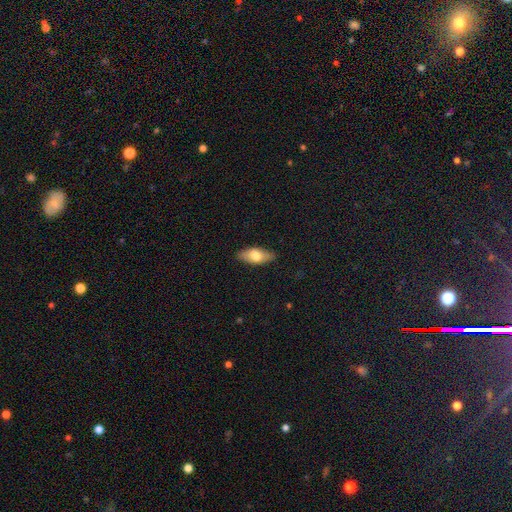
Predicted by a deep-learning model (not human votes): Q: Smooth or featured?
A: smooth (68%); runner-up: featured or disk (25%)
Q: How rounded?
A: in between (86%); runner-up: cigar-shaped (11%)
Q: Merging?
A: none (84%); runner-up: minor disturbance (12%)